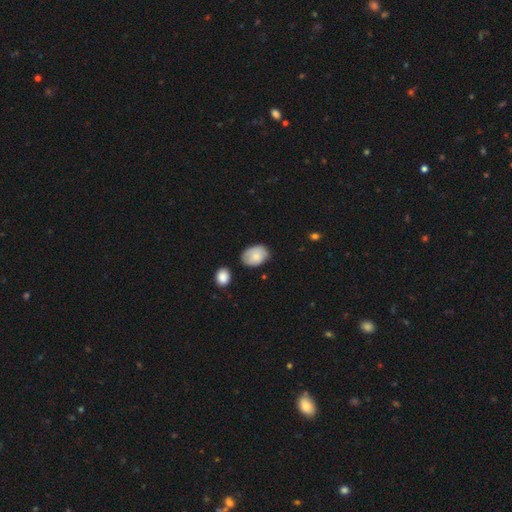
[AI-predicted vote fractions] smooth-or-featured: smooth: 80% | featured or disk: 13% | star or artifact: 7%
  how-rounded: in between: 82% | round: 17% | cigar-shaped: 1%
  merging: none: 67% | minor disturbance: 25% | major disturbance: 4% | merger: 4%